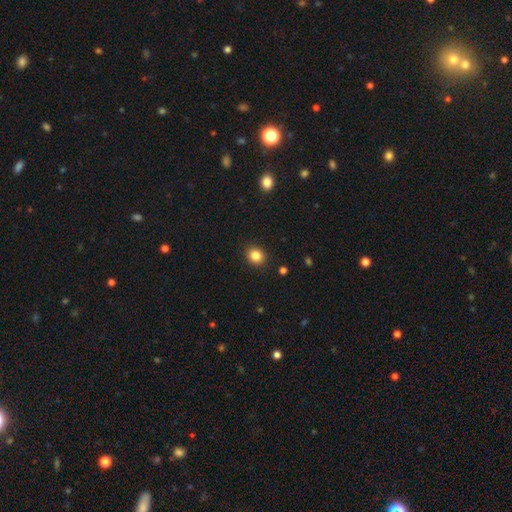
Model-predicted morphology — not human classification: Smooth or featured? smooth (84%)
How rounded? round (68%)
Merging? none (90%)